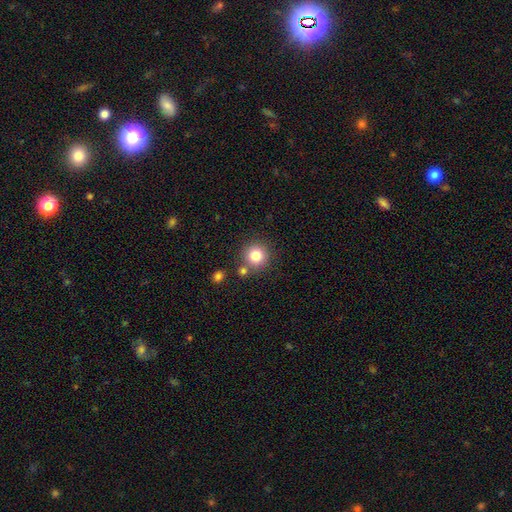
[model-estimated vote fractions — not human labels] Overall: smooth (82%). How rounded: round (93%). Merging: none (76%).